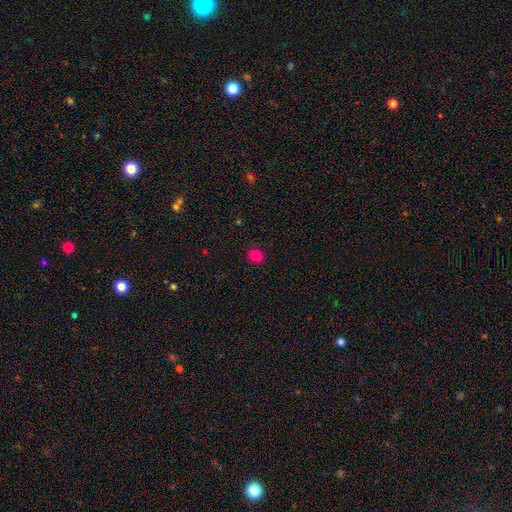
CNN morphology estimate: Smooth or featured?
  - smooth: 82% *
  - star or artifact: 14%
  - featured or disk: 4%
How rounded?
  - round: 78% *
  - in between: 21%
  - cigar-shaped: 1%
Merging?
  - none: 91% *
  - minor disturbance: 6%
  - major disturbance: 2%
  - merger: 1%